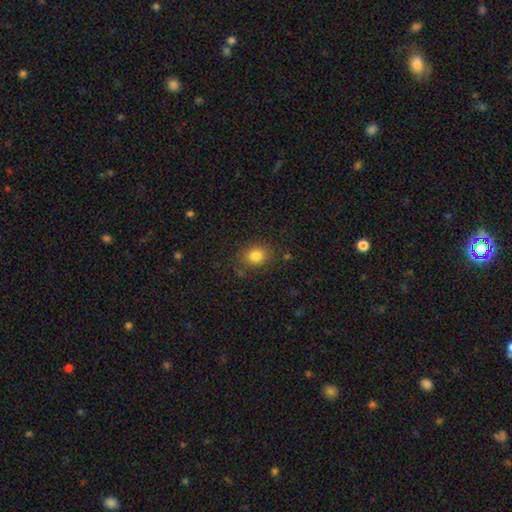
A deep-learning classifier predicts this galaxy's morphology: Smooth or featured? Predicted: smooth (p=0.82). How rounded? Predicted: round (p=0.66). Merging? Predicted: none (p=0.83).